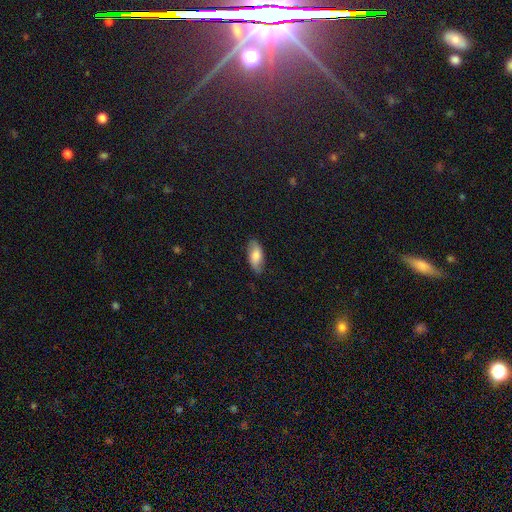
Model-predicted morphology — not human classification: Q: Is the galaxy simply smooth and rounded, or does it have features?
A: smooth — 73%.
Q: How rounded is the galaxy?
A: in between — 87%.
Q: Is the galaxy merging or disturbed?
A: none — 79%.